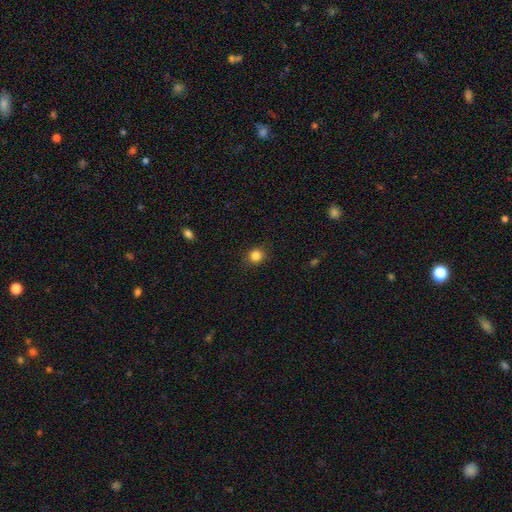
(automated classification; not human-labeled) Smooth or featured?
  - smooth: 84% *
  - star or artifact: 11%
  - featured or disk: 4%
How rounded?
  - round: 86% *
  - in between: 13%
  - cigar-shaped: 1%
Merging?
  - none: 89% *
  - minor disturbance: 8%
  - major disturbance: 2%
  - merger: 1%